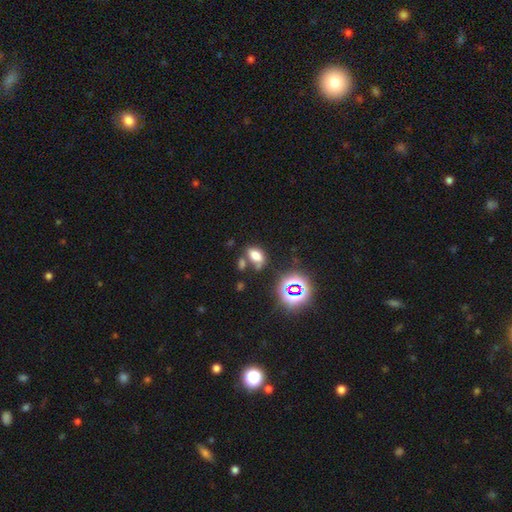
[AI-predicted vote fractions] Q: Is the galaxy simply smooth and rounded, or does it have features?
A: smooth — 67%.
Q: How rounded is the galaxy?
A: in between — 85%.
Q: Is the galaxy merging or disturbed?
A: none — 58%.